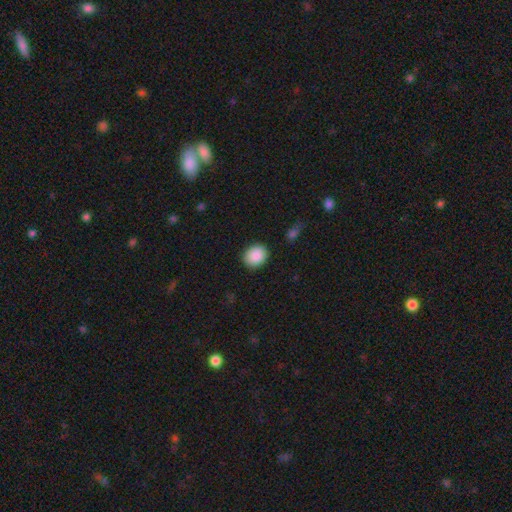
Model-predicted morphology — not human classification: A smooth galaxy with no disk features (90%) that is round (57%).

Vote fractions:
- Smooth or featured? smooth: 90% / star or artifact: 7% / featured or disk: 3%
- How rounded? round: 57% / in between: 42% / cigar-shaped: 1%
- Merging? none: 88% / minor disturbance: 8% / major disturbance: 2% / merger: 1%